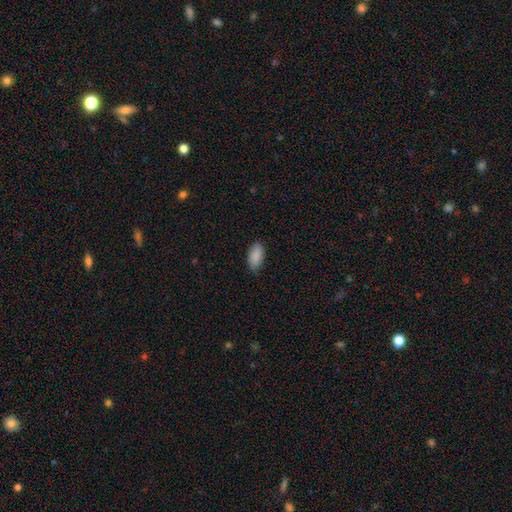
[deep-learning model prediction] Smooth or featured? Predicted: smooth (p=0.90). How rounded? Predicted: in between (p=0.92). Merging? Predicted: none (p=0.83).